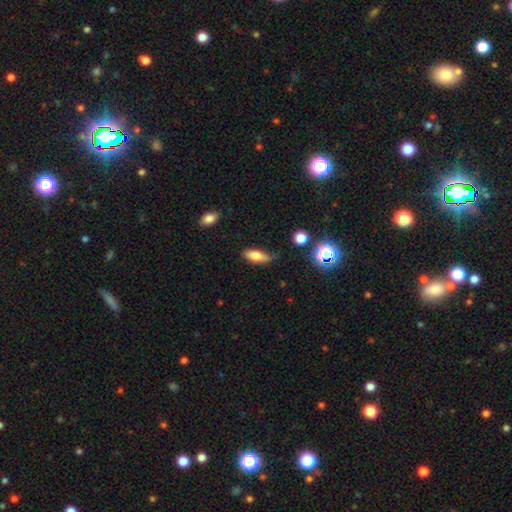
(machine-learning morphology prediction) type=smooth (77%); roundness=in between (71%); merging=none (57%).